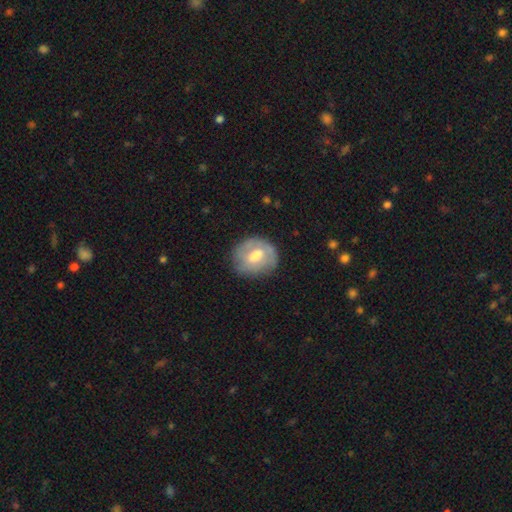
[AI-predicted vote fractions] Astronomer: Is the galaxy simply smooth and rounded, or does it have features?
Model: smooth — 52% (runner-up: featured or disk, 41%).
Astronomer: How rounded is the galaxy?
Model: round — 69%.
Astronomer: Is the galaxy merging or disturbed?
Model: none — 69%.